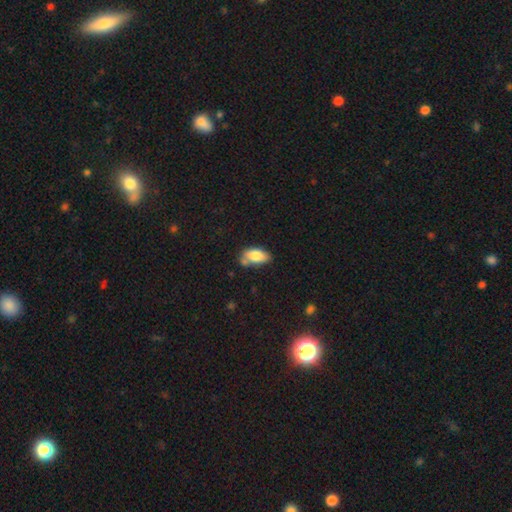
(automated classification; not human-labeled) This appears to be a smooth galaxy with no disk features (81%) that is in between round and cigar-shaped (91%). Merging: none (57%).